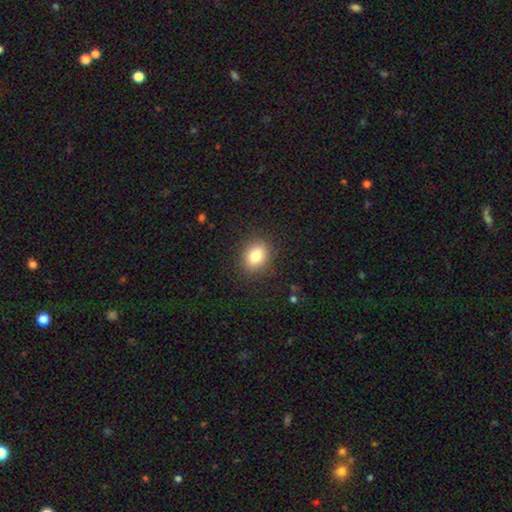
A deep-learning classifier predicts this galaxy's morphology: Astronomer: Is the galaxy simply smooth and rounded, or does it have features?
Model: smooth — 83%.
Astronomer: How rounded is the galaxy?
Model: in between — 52% (runner-up: round, 46%).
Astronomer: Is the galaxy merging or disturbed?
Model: none — 88%.